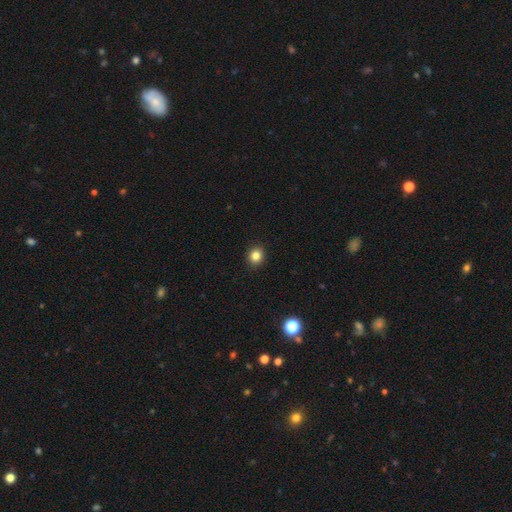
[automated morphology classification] Smooth or featured? smooth (84%)
How rounded? round (81%)
Merging? none (93%)